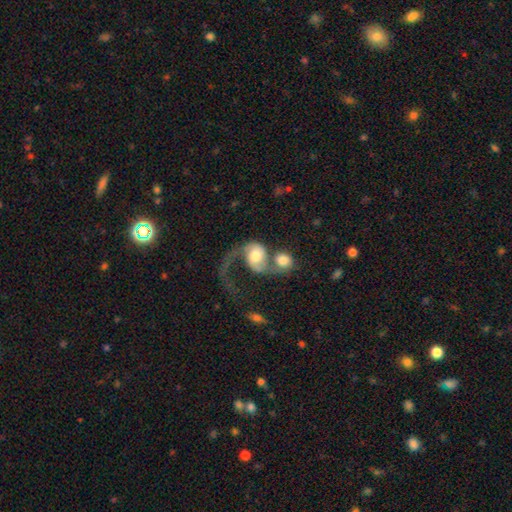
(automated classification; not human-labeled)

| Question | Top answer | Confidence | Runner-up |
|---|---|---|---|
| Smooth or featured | featured or disk | 65% | smooth (28%) |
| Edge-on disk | no | 97% | yes (3%) |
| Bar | no | 64% | weak (29%) |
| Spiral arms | yes | 89% | no (11%) |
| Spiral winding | loose | 77% | medium (18%) |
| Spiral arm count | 2 | 50% | 1 (44%) |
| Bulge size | moderate | 43% | large (32%) |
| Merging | merger | 66% | major disturbance (17%) |